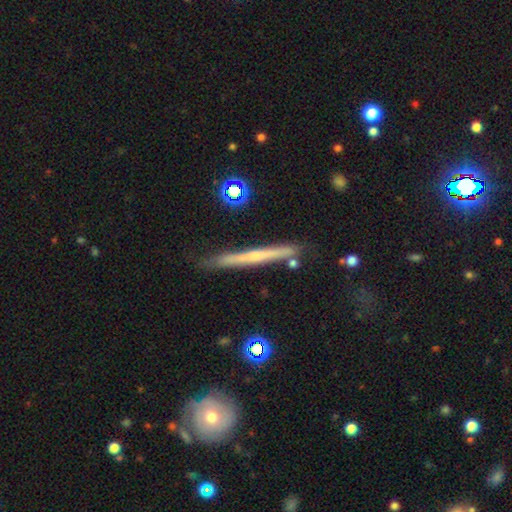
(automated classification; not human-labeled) The model was most divided on "smooth or featured": featured or disk: 55%, smooth: 38%, star or artifact: 7%. More confident: edge-on disk — yes (96%); merging — none (83%); edge-on bulge — none (68%).